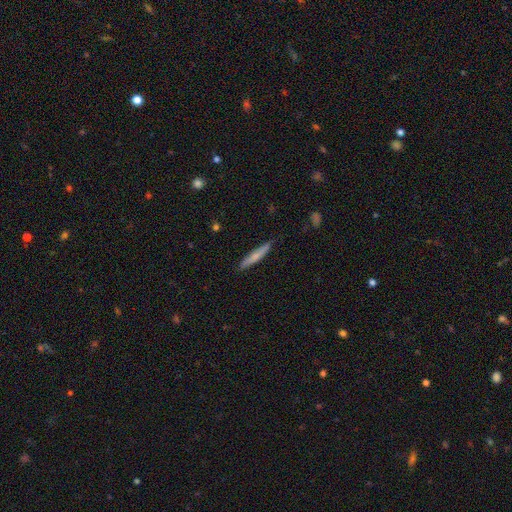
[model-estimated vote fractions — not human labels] Smooth or featured?
  - smooth: 65% *
  - featured or disk: 29%
  - star or artifact: 6%
How rounded?
  - cigar-shaped: 94% *
  - in between: 5%
  - round: 1%
Merging?
  - none: 86% *
  - minor disturbance: 11%
  - major disturbance: 2%
  - merger: 1%